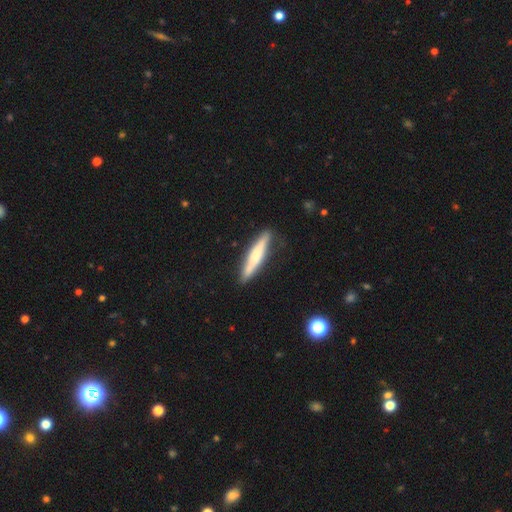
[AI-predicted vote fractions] Smooth or featured? smooth (54%)
How rounded? cigar-shaped (91%)
Merging? none (84%)